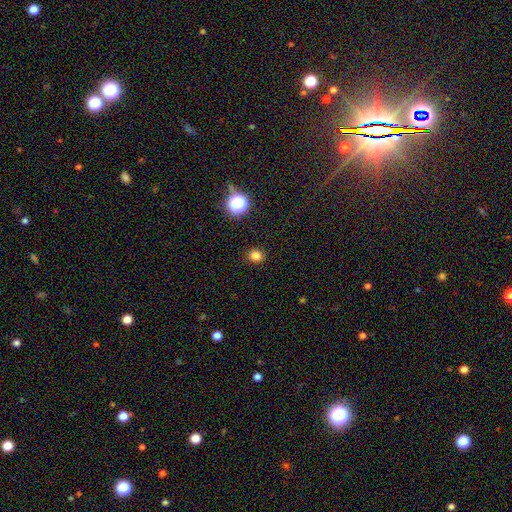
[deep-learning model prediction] Smooth or featured: smooth — 81% (star or artifact — 15%)
How rounded: round — 76% (in between — 23%)
Merging: none — 90% (minor disturbance — 7%)